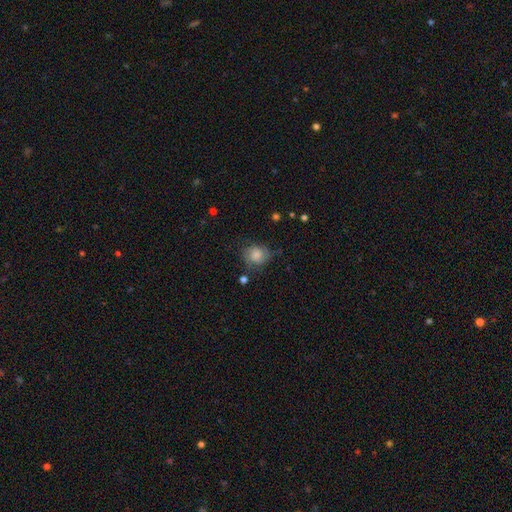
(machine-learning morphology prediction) smooth 55%, featured or disk 32%, star or artifact 13%. Down the decision tree: how rounded — round (69%); merging — none (62%).